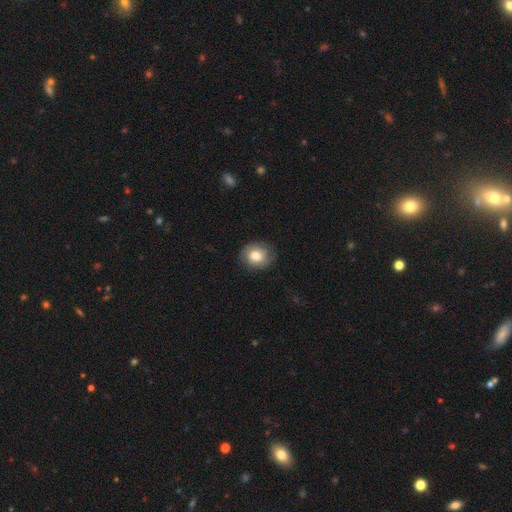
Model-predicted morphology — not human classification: A smooth galaxy with no disk features (77%) that is round (72%). Merging: none (81%).